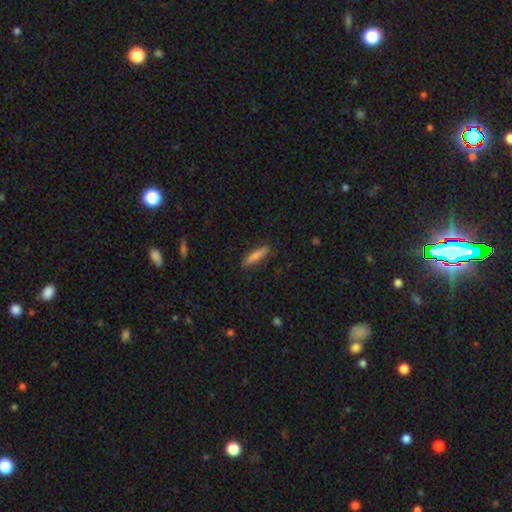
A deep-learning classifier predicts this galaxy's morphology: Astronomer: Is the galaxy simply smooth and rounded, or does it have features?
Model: smooth — 76%.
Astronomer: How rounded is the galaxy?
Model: cigar-shaped — 87%.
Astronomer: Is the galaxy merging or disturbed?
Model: none — 87%.